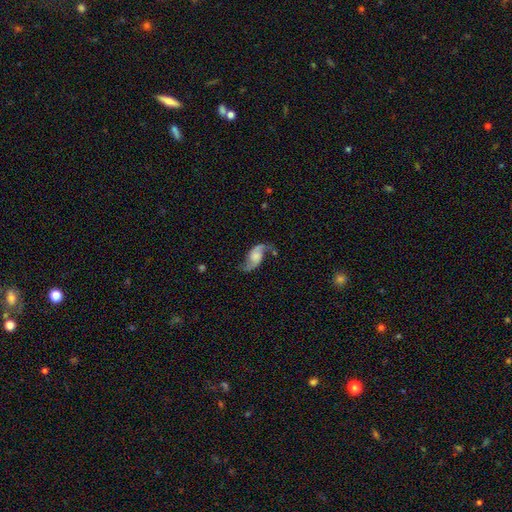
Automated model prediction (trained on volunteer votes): Overall: featured or disk (86%). Edge-on disk: no (96%). Bar: no (57%; weak 33%). Spiral arms: yes (96%). Spiral arm count: 2 (93%). Spiral winding: loose (72%). Bulge size: none (34%; moderate 22%). Merging: none (71%).